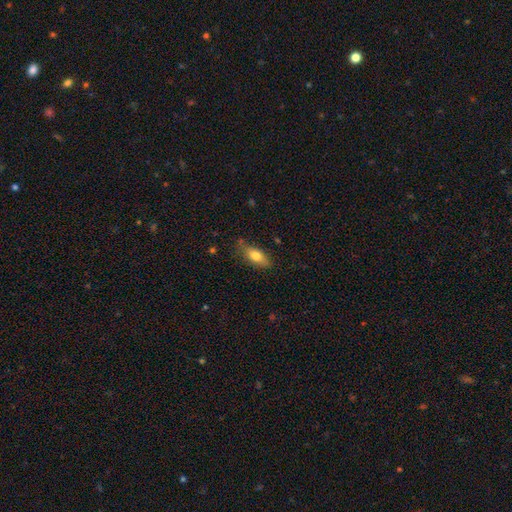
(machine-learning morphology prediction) smooth-or-featured: smooth: 74% | featured or disk: 18% | star or artifact: 7%
  how-rounded: in between: 79% | cigar-shaped: 17% | round: 4%
  merging: none: 70% | minor disturbance: 22% | major disturbance: 5% | merger: 3%